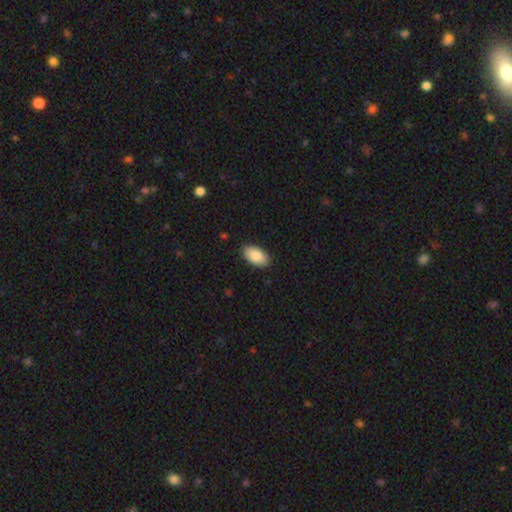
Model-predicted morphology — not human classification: smooth-or-featured: smooth: 88% | star or artifact: 6% | featured or disk: 6%
  how-rounded: in between: 95% | round: 3% | cigar-shaped: 2%
  merging: none: 88% | minor disturbance: 9% | major disturbance: 2% | merger: 1%